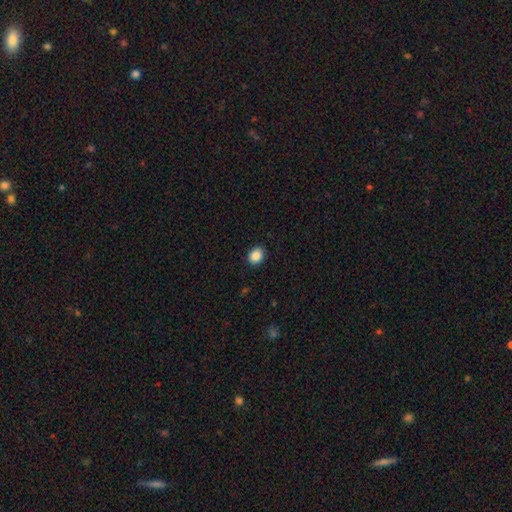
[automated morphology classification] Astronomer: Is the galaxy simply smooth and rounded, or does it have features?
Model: smooth — 88%.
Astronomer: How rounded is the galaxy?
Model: round — 59% (runner-up: in between, 40%).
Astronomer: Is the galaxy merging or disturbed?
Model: none — 90%.